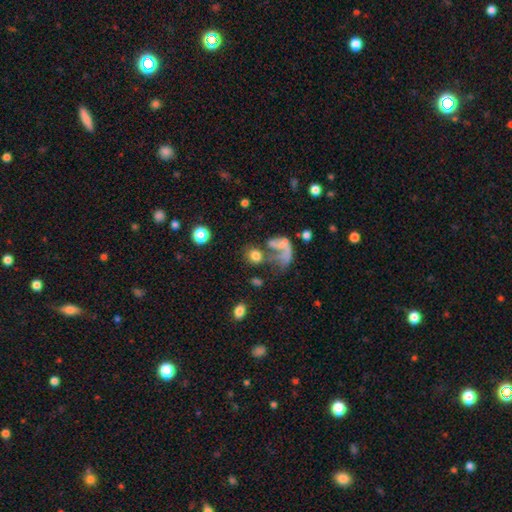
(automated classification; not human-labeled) This is likely a smooth galaxy (68%). How rounded: likely round (67%). Merging: marginally none (37%).